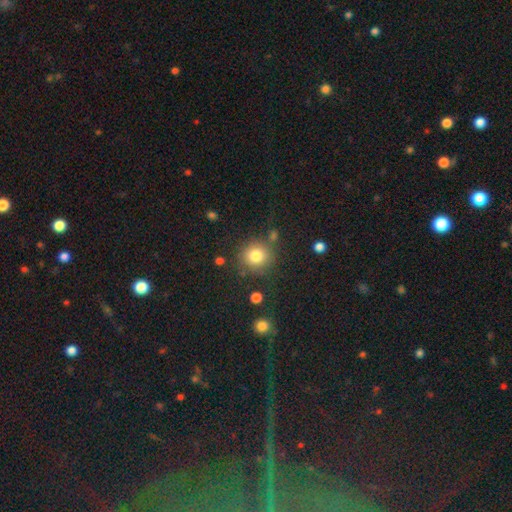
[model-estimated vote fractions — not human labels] Smooth or featured: smooth — 80% (star or artifact — 12%)
How rounded: round — 90% (in between — 9%)
Merging: none — 80% (minor disturbance — 10%)